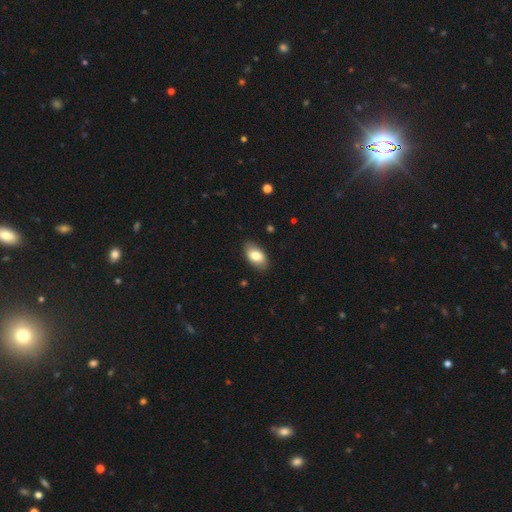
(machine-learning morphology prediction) Smooth or featured: smooth — 79% (featured or disk — 14%)
How rounded: in between — 93% (round — 5%)
Merging: none — 86% (minor disturbance — 10%)